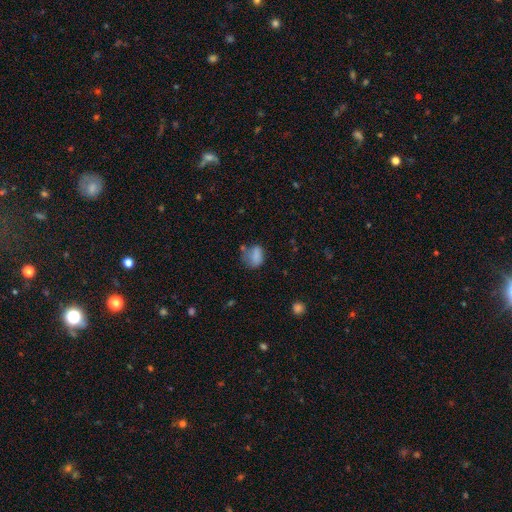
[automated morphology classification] This is likely a smooth galaxy (77%). How rounded: likely in between (66%). Merging: possibly none (47%).